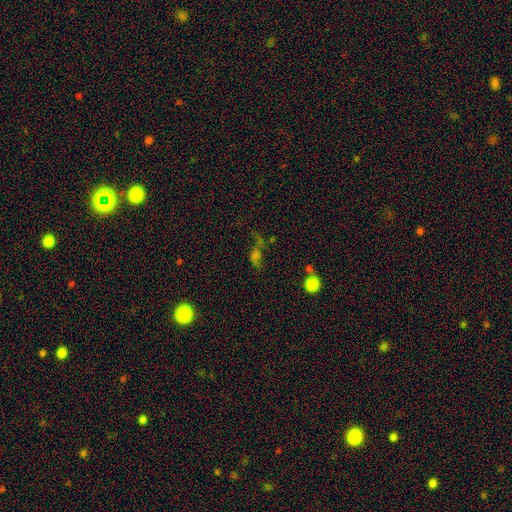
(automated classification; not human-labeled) A smooth galaxy with no disk features (37%). Merging: none (42%).